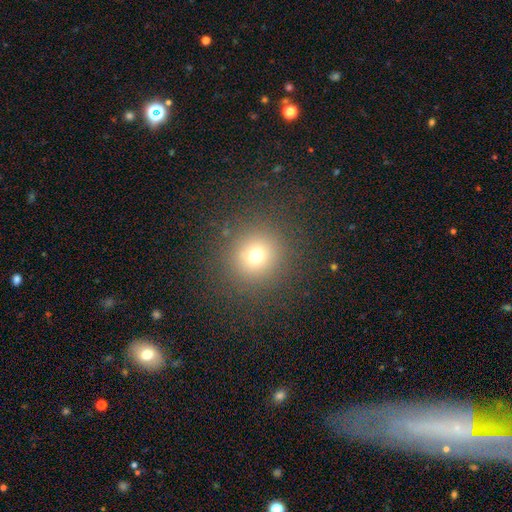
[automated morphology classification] smooth-or-featured: smooth: 71% | star or artifact: 19% | featured or disk: 10%
  how-rounded: round: 93% | in between: 6% | cigar-shaped: 1%
  merging: none: 88% | minor disturbance: 7% | major disturbance: 4% | merger: 1%